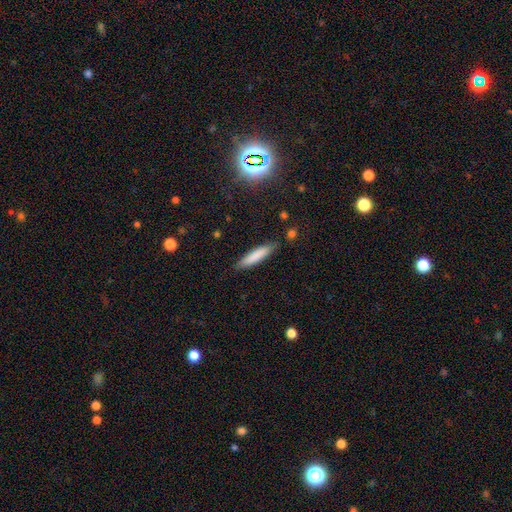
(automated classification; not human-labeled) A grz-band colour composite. It shows a smooth galaxy with no disk features (82%) that is cigar-shaped (84%). Merging: none (85%).